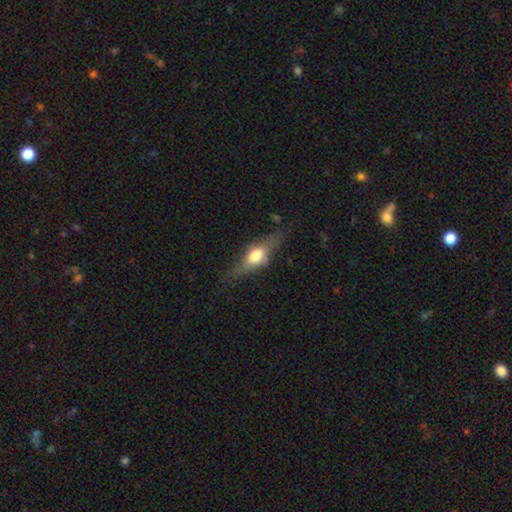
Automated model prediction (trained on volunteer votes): Smooth or featured?
  - smooth: 49% *
  - featured or disk: 43%
  - star or artifact: 8%
Merging?
  - none: 65% *
  - minor disturbance: 22%
  - major disturbance: 11%
  - merger: 2%